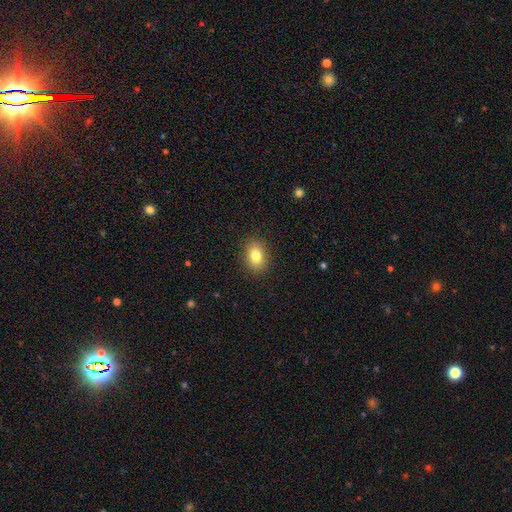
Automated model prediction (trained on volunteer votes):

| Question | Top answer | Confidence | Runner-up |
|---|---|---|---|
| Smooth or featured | smooth | 82% | star or artifact (10%) |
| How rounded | in between | 70% | round (29%) |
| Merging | none | 89% | minor disturbance (8%) |